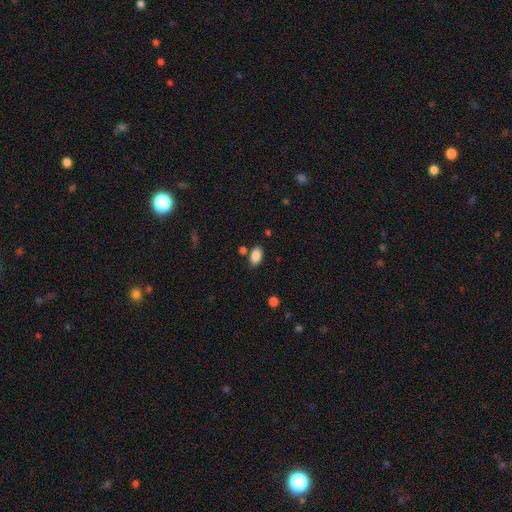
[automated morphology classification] This appears to be a smooth galaxy with no disk features (87%) that is in between round and cigar-shaped (93%). Merging: none (80%).